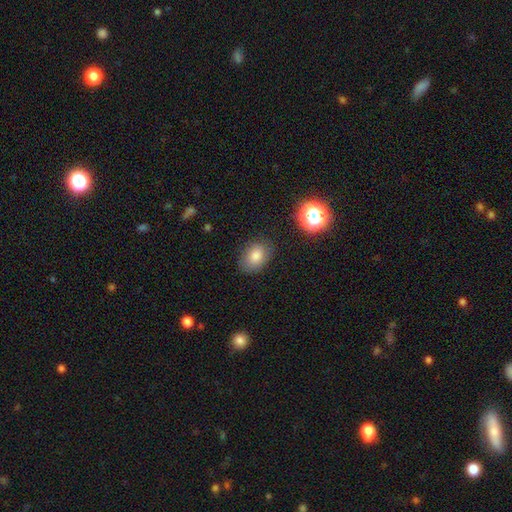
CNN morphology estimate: The model was most divided on "how rounded": in between: 75%, round: 24%, cigar-shaped: 1%. More confident: smooth or featured — smooth (80%); merging — none (77%).